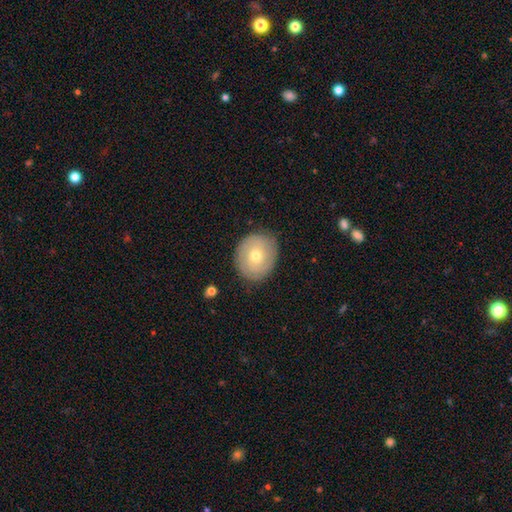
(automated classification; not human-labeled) This is possibly a featured or disk galaxy (54%). It is clearly not viewed edge-on (96%). Bar: clearly no (81%). Spiral arm pattern: likely yes (75%). Central bulge: possibly small (50%). Merging: clearly none (84%).